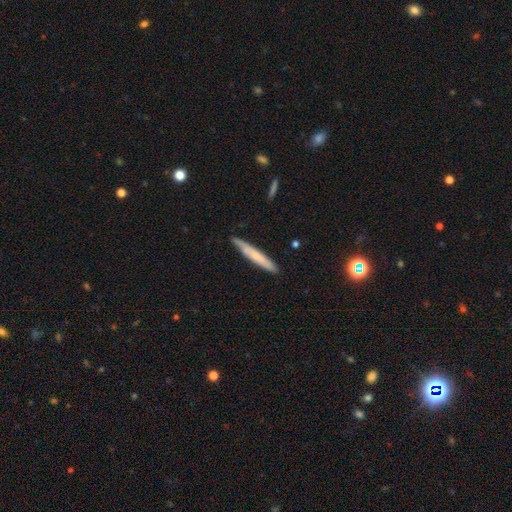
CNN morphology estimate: Smooth or featured? smooth (59%)
How rounded? cigar-shaped (95%)
Merging? none (83%)